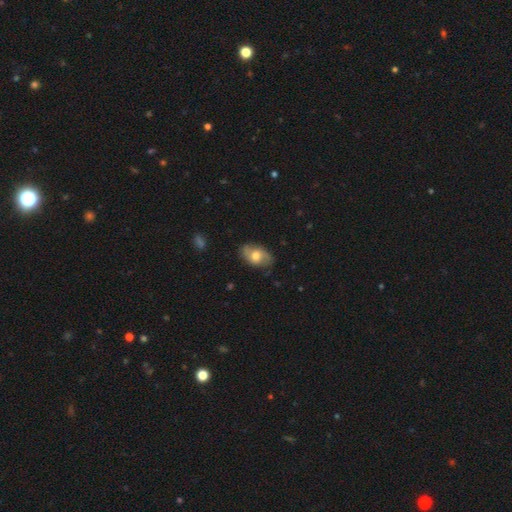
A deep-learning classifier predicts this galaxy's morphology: A smooth galaxy with no disk features (54%) that is in between round and cigar-shaped (87%).

Vote fractions:
- Smooth or featured? smooth: 54% / featured or disk: 39% / star or artifact: 7%
- How rounded? in between: 87% / round: 11% / cigar-shaped: 2%
- Merging? none: 74% / minor disturbance: 20% / major disturbance: 5% / merger: 1%